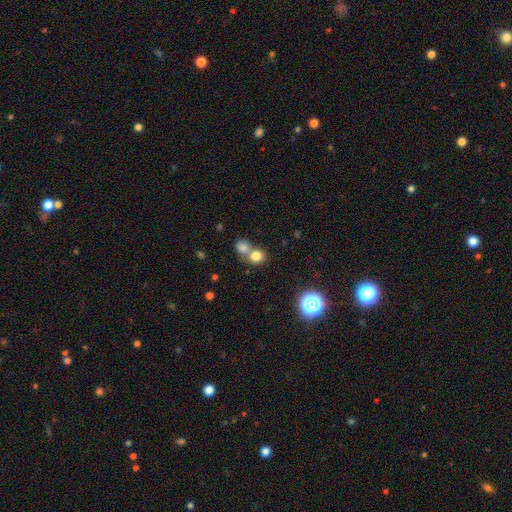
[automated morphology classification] Smooth or featured? Predicted: smooth (p=0.78). How rounded? Predicted: round (p=0.81). Merging? Predicted: merger (p=0.50).